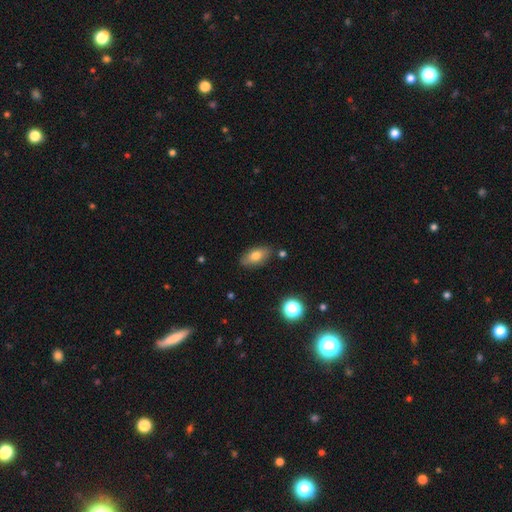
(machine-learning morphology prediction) Smooth or featured? smooth (74%)
How rounded? in between (87%)
Merging? none (84%)